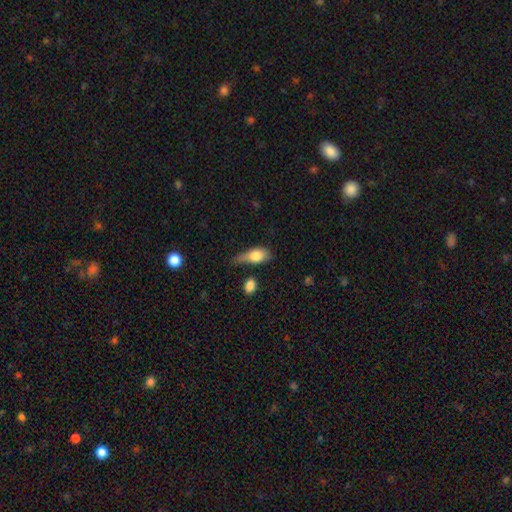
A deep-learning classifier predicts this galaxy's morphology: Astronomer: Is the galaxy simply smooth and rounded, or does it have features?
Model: smooth — 75%.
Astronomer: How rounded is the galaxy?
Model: in between — 78%.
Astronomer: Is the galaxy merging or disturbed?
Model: minor disturbance — 39% (runner-up: none, 29%).